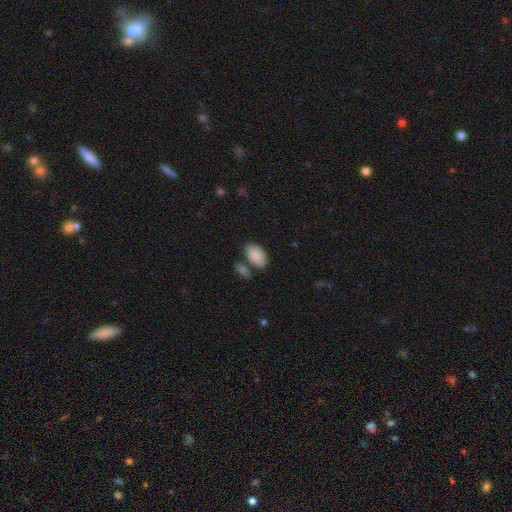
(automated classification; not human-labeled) smooth-or-featured: smooth: 89% | star or artifact: 6% | featured or disk: 5%
  how-rounded: in between: 94% | round: 5% | cigar-shaped: 1%
  merging: none: 67% | merger: 15% | minor disturbance: 14% | major disturbance: 4%